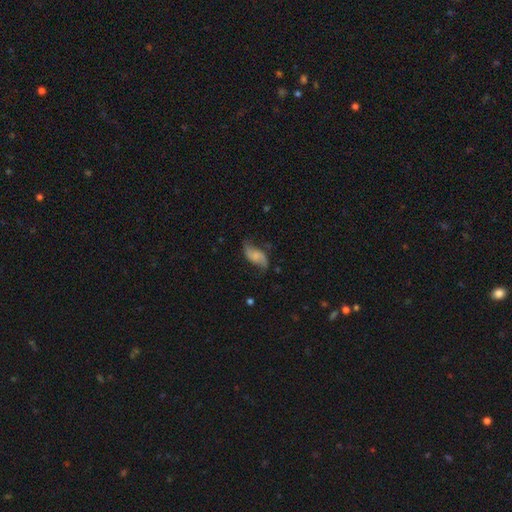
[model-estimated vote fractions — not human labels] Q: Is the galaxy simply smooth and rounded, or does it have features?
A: featured or disk — 54%.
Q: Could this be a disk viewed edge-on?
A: no — 95%.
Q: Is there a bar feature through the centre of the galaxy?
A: no — 59%.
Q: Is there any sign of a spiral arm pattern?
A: yes — 90%.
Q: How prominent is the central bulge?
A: none — 44%.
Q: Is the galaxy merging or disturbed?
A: none — 62%.